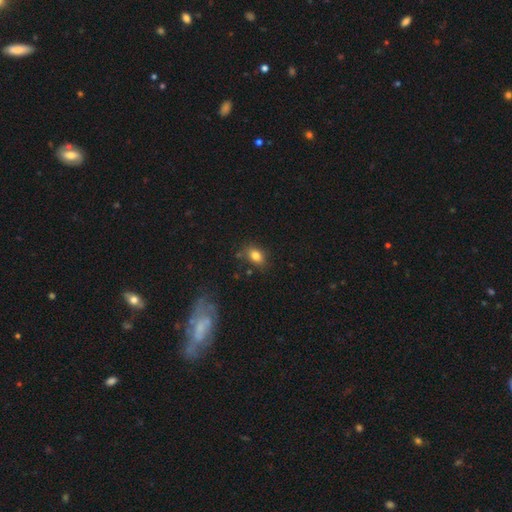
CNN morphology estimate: smooth_or_featured: smooth (p=0.81) [alt: star or artifact p=0.10]
how_rounded: in between (p=0.77) [alt: round p=0.21]
merging: none (p=0.76) [alt: minor disturbance p=0.17]